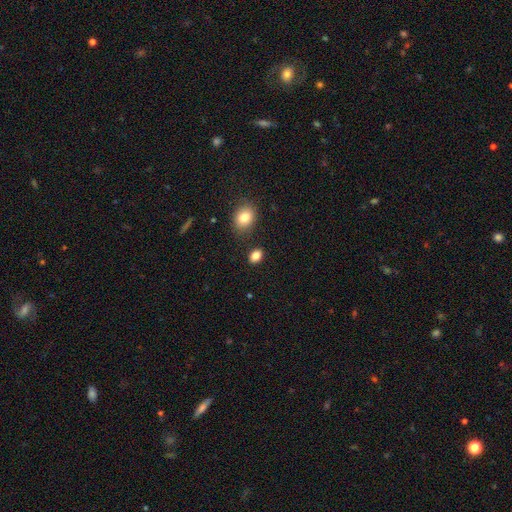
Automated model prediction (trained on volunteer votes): This is clearly a smooth galaxy (85%). How rounded: likely in between (75%). Merging: clearly none (83%).